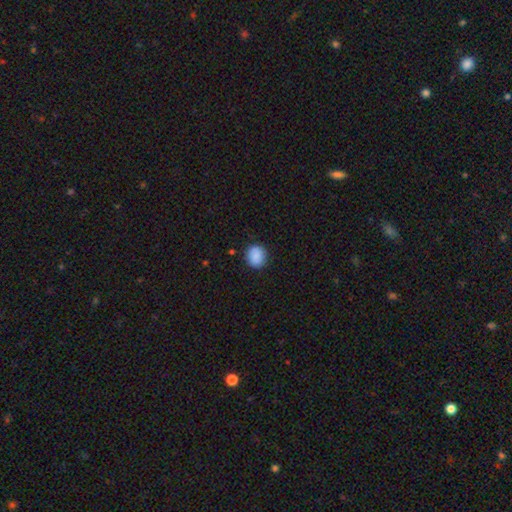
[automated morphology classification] A smooth galaxy with no disk features (89%) that is round (77%).

Vote fractions:
- Smooth or featured? smooth: 89% / star or artifact: 8% / featured or disk: 3%
- How rounded? round: 77% / in between: 22% / cigar-shaped: 1%
- Merging? none: 88% / minor disturbance: 9% / major disturbance: 2% / merger: 1%